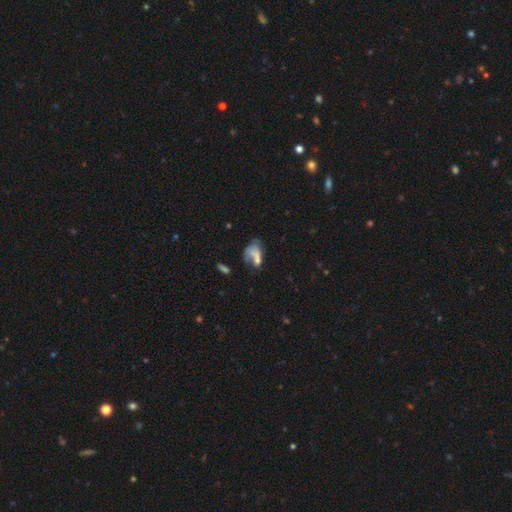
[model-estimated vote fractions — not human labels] A smooth galaxy with no disk features (59%) that is in between round and cigar-shaped (83%). Merging: merger (34%).